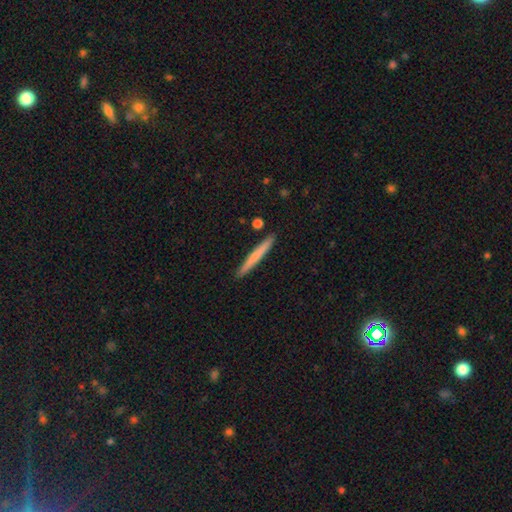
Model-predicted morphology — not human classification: type=smooth (64%); roundness=cigar-shaped (97%); merging=none (90%).